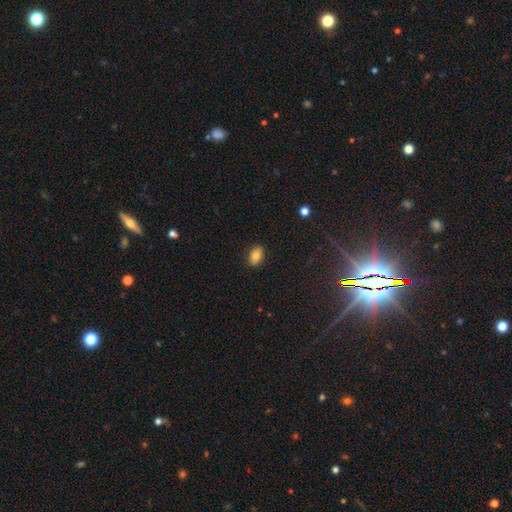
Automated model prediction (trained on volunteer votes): A smooth galaxy with no disk features (79%) that is in between round and cigar-shaped (86%).

Vote fractions:
- Smooth or featured? smooth: 79% / featured or disk: 12% / star or artifact: 9%
- How rounded? in between: 86% / round: 13% / cigar-shaped: 2%
- Merging? none: 88% / minor disturbance: 9% / major disturbance: 2% / merger: 1%